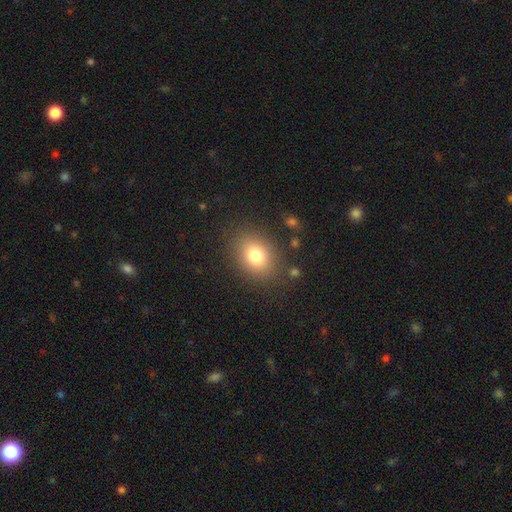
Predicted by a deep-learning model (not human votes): Smooth or featured?
  - smooth: 79% *
  - star or artifact: 12%
  - featured or disk: 10%
How rounded?
  - in between: 58% *
  - round: 41%
  - cigar-shaped: 1%
Merging?
  - none: 82% *
  - minor disturbance: 11%
  - major disturbance: 5%
  - merger: 2%